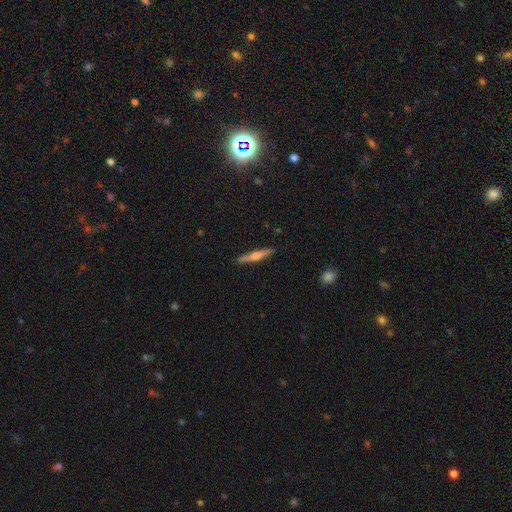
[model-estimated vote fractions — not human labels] A featured or disk galaxy (65%) viewed edge-on (97%) with a rounded central bulge (85%).

Vote fractions:
- Smooth or featured? featured or disk: 65% / smooth: 29% / star or artifact: 7%
- Edge-on disk? yes: 97% / no: 3%
- Edge-on bulge? rounded: 85% / boxy: 9% / none: 6%
- Merging? none: 90% / minor disturbance: 7% / major disturbance: 2% / merger: 1%